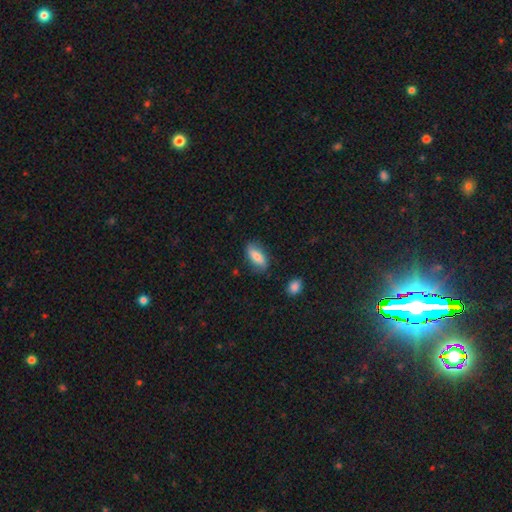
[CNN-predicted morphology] Smooth or featured?
  - smooth: 78% *
  - featured or disk: 15%
  - star or artifact: 7%
How rounded?
  - in between: 83% *
  - cigar-shaped: 13%
  - round: 3%
Merging?
  - none: 77% *
  - minor disturbance: 17%
  - major disturbance: 4%
  - merger: 2%